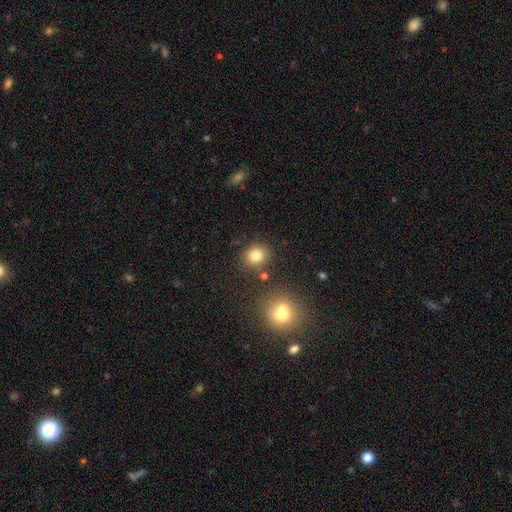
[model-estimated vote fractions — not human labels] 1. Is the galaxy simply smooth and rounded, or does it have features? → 81% smooth, 13% star or artifact, 7% featured or disk.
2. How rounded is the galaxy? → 80% round, 19% in between, 1% cigar-shaped.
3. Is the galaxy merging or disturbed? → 80% none, 10% minor disturbance, 7% merger, 3% major disturbance.